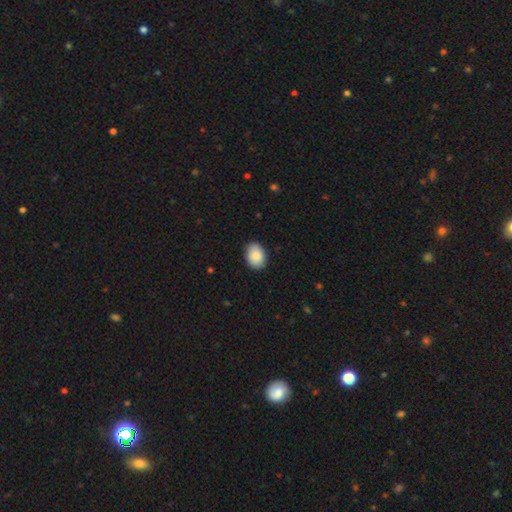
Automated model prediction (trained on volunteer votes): Smooth or featured? Predicted: smooth (p=0.88). How rounded? Predicted: in between (p=0.73). Merging? Predicted: none (p=0.85).